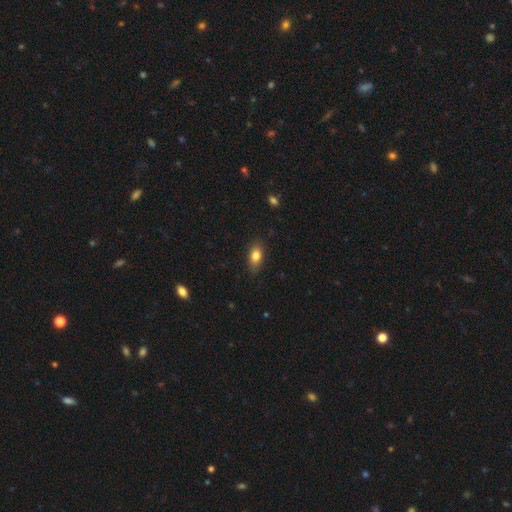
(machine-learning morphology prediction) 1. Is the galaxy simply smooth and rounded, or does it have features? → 81% smooth, 10% featured or disk, 8% star or artifact.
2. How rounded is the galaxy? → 84% in between, 10% round, 6% cigar-shaped.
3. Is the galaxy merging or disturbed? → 81% none, 15% minor disturbance, 3% major disturbance, 1% merger.